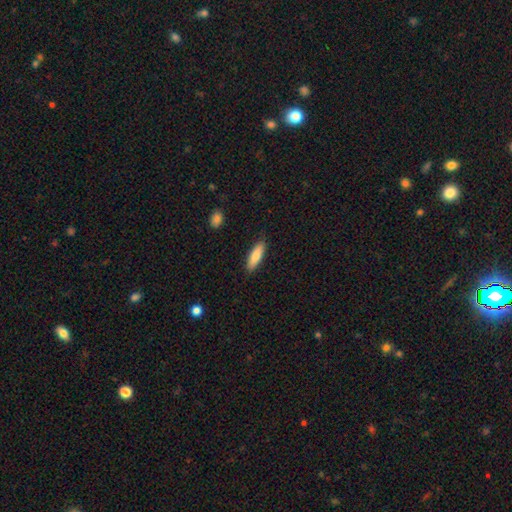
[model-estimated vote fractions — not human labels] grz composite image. It shows a smooth galaxy with no disk features (79%) that is cigar-shaped (52%). Merging: none (88%).